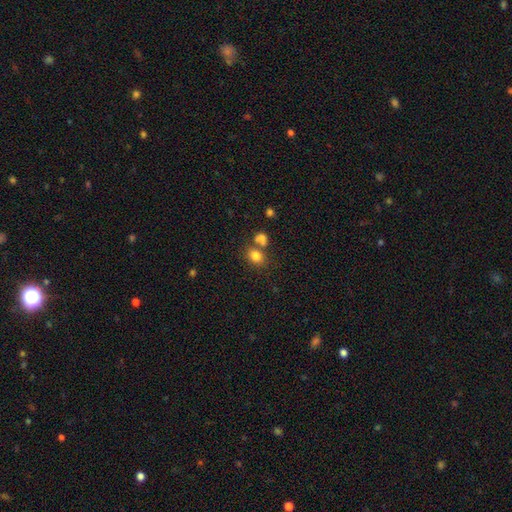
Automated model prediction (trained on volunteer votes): smooth_or_featured: smooth (p=0.79) [alt: star or artifact p=0.12]
how_rounded: round (p=0.52) [alt: in between p=0.47]
merging: none (p=0.55) [alt: merger p=0.29]